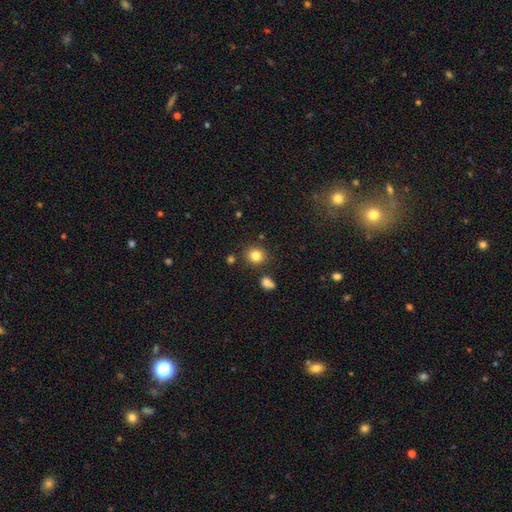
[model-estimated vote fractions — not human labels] Smooth or featured? Predicted: smooth (p=0.83). How rounded? Predicted: round (p=0.82). Merging? Predicted: none (p=0.83).